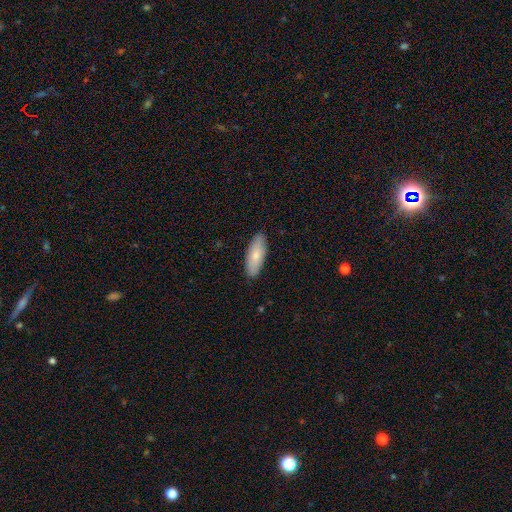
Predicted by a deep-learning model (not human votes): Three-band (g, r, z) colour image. It shows a smooth galaxy with no disk features (76%) that is in between round and cigar-shaped (71%). Merging: none (88%).